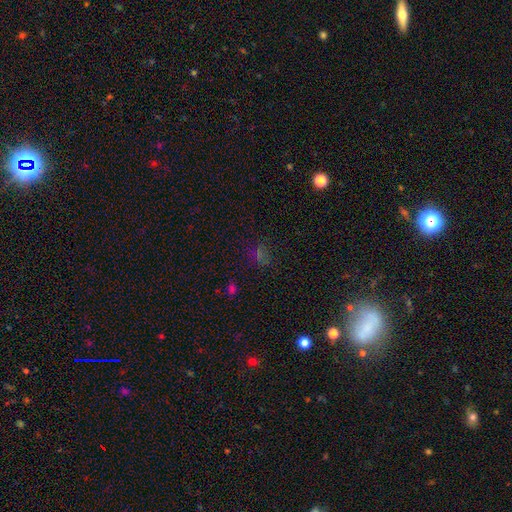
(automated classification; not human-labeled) Overall: star or artifact (47%; smooth 37%).